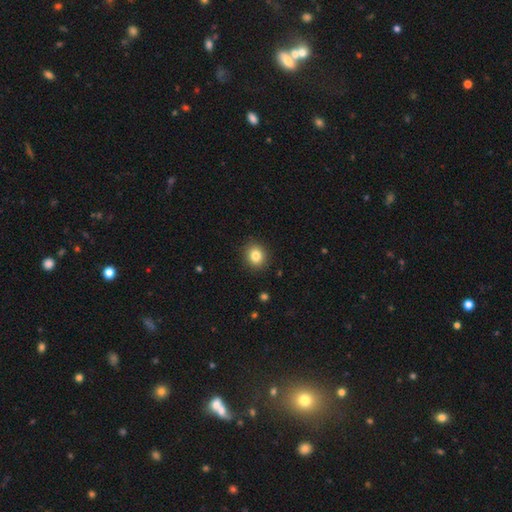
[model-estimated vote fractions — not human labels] This appears to be a smooth galaxy with no disk features (83%) that is round (72%). Merging: none (90%).